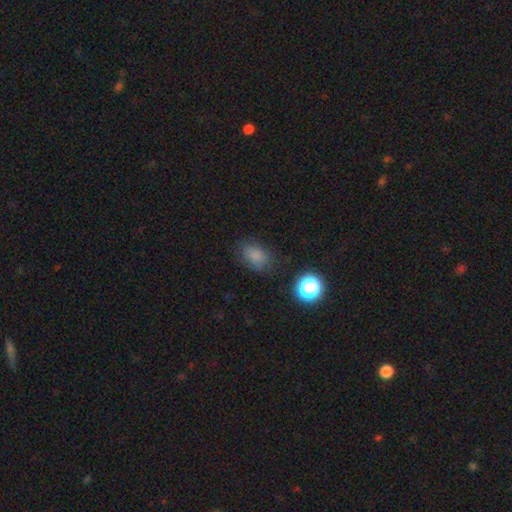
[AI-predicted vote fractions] Smooth or featured? Predicted: smooth (p=0.79). How rounded? Predicted: in between (p=0.73). Merging? Predicted: none (p=0.74).